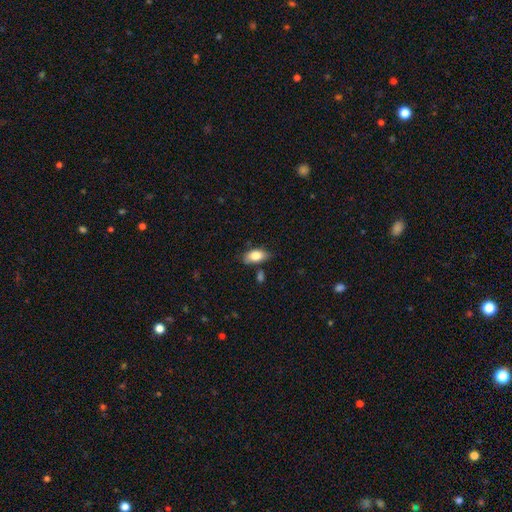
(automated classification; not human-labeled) Smooth or featured: smooth — 82% (featured or disk — 12%)
How rounded: in between — 91% (cigar-shaped — 5%)
Merging: none — 69% (minor disturbance — 21%)